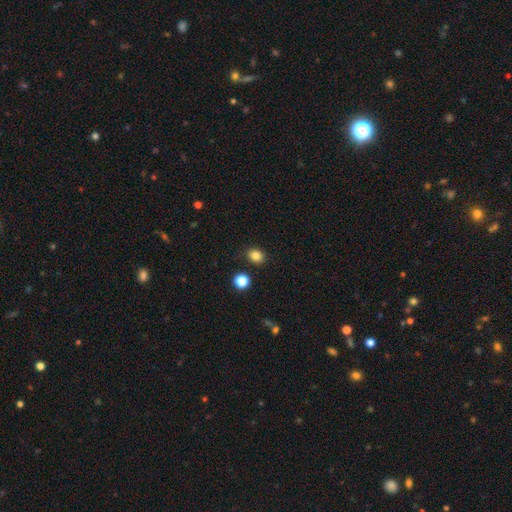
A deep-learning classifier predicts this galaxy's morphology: Smooth or featured? Predicted: smooth (p=0.84). How rounded? Predicted: round (p=0.54). Merging? Predicted: none (p=0.85).